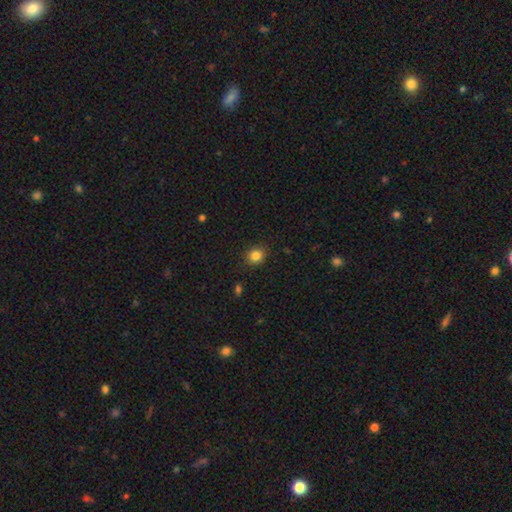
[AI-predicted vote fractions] Q: Smooth or featured?
A: smooth (84%); runner-up: star or artifact (11%)
Q: How rounded?
A: round (83%); runner-up: in between (16%)
Q: Merging?
A: none (88%); runner-up: minor disturbance (8%)